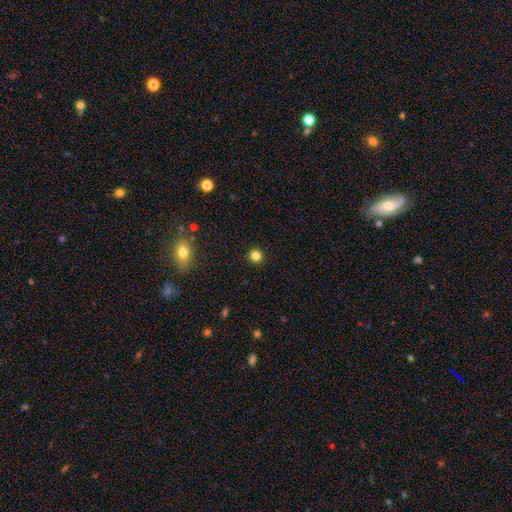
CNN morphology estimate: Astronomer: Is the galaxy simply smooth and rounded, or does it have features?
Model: smooth — 83%.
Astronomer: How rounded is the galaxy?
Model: round — 94%.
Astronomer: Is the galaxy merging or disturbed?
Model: none — 93%.